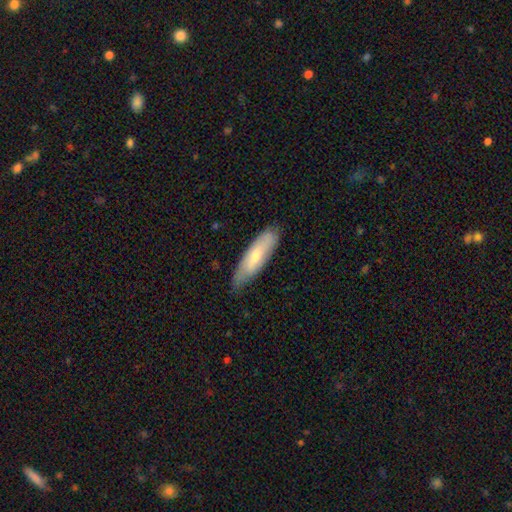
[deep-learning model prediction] Smooth or featured?
  - smooth: 62% *
  - featured or disk: 33%
  - star or artifact: 5%
How rounded?
  - cigar-shaped: 56% *
  - in between: 43%
  - round: 2%
Merging?
  - none: 73% *
  - minor disturbance: 22%
  - major disturbance: 4%
  - merger: 1%